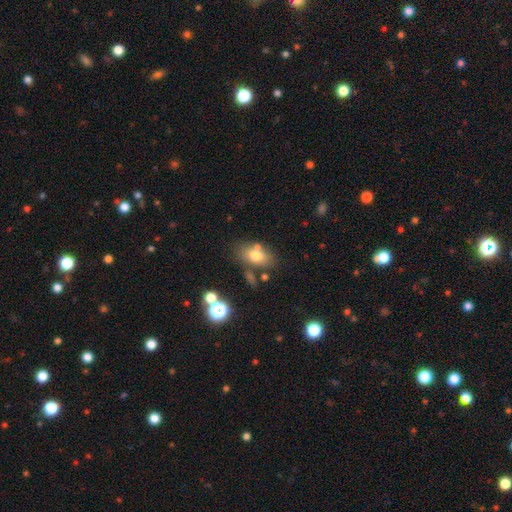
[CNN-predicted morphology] This appears to be a smooth galaxy with no disk features (72%) that is in between round and cigar-shaped (83%). Merging: none (63%).